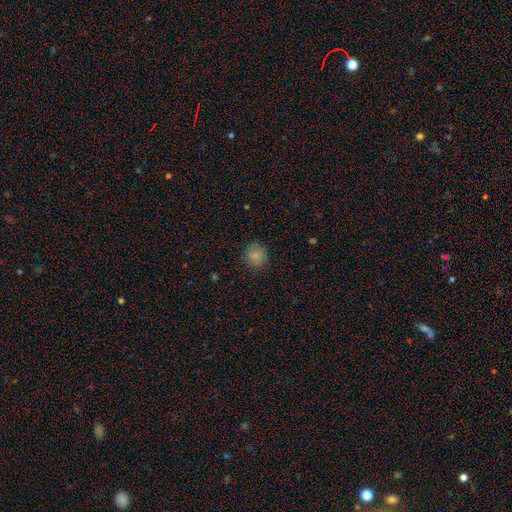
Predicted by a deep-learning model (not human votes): Overall: smooth (82%). How rounded: round (86%). Merging: none (83%).